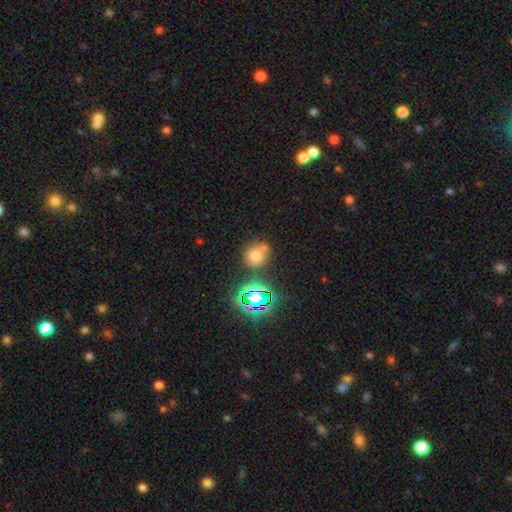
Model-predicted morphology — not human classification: Overall: smooth (62%; star or artifact 28%). How rounded: round (83%). Merging: none (63%).